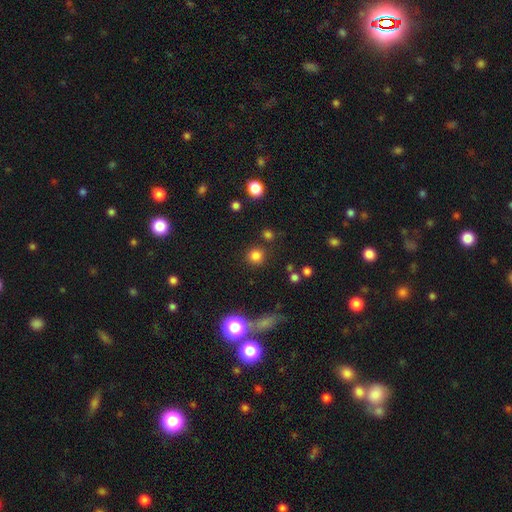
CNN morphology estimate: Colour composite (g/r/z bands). It shows a smooth galaxy with no disk features (80%) that is round (92%). Merging: none (86%).